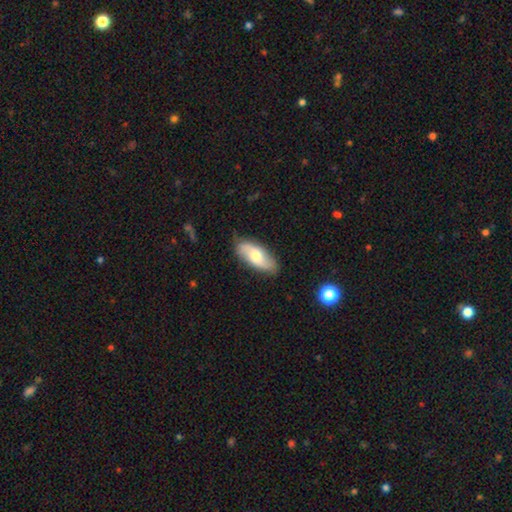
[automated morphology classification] type=smooth (56%); roundness=in between (81%); merging=none (80%).